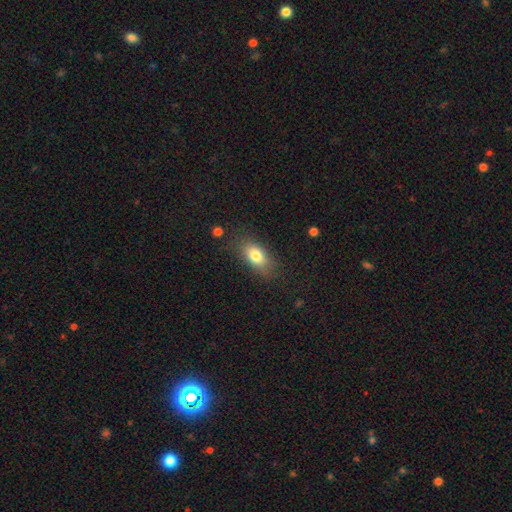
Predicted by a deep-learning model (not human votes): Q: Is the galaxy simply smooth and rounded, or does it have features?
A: smooth — 79%.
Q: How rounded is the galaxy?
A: in between — 86%.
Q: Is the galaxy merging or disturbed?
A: none — 79%.